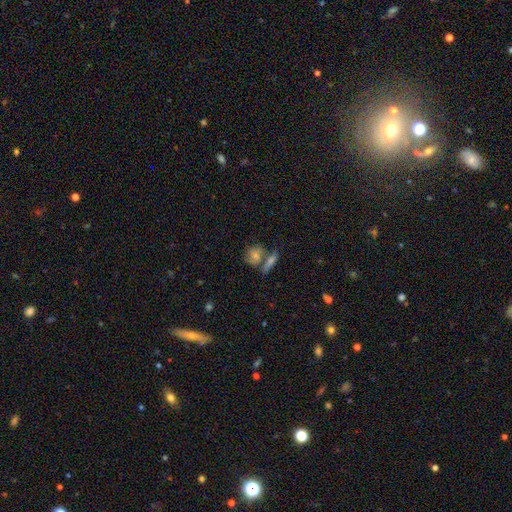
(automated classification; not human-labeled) Smooth or featured: smooth — 51% (featured or disk — 31%)
How rounded: round — 47% (in between — 40%)
Merging: none — 55% (merger — 30%)